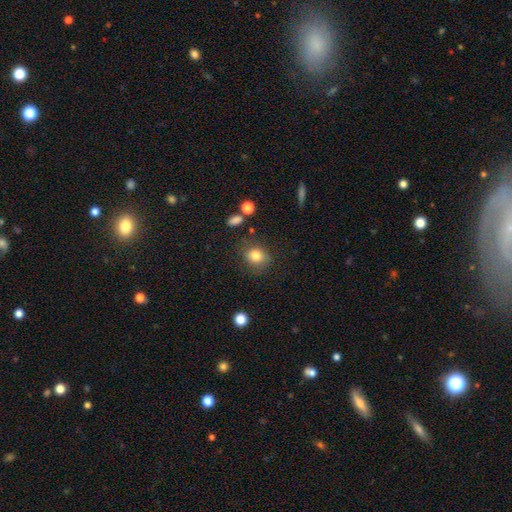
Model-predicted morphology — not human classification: This appears to be a smooth galaxy with no disk features (82%) that is round (66%). Merging: none (76%).